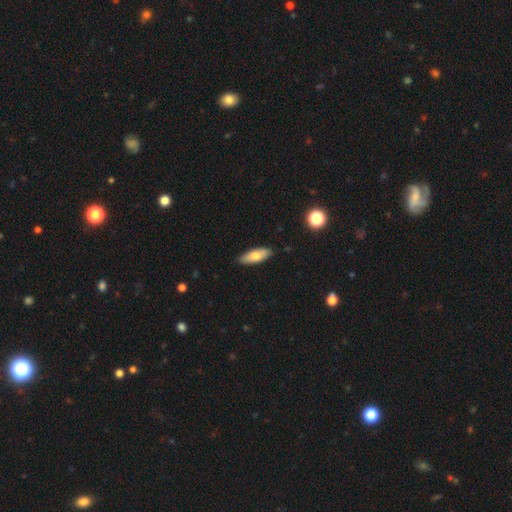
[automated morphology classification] This is likely a smooth galaxy (73%). How rounded: likely in between (68%). Merging: clearly none (86%).